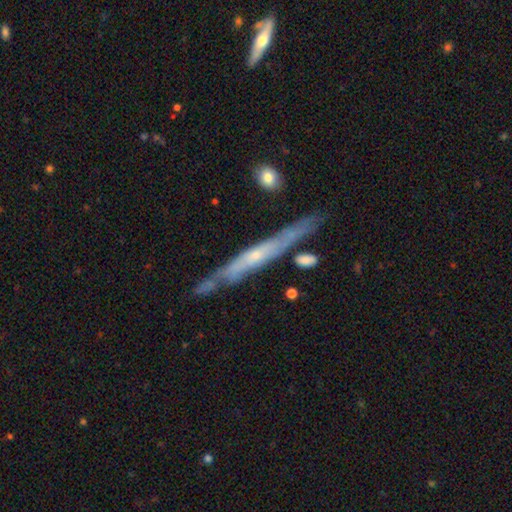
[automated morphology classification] This is likely a featured or disk galaxy (71%). It is clearly viewed edge-on (85%). Edge-on bulge: possibly none (55%). Merging: likely none (76%).